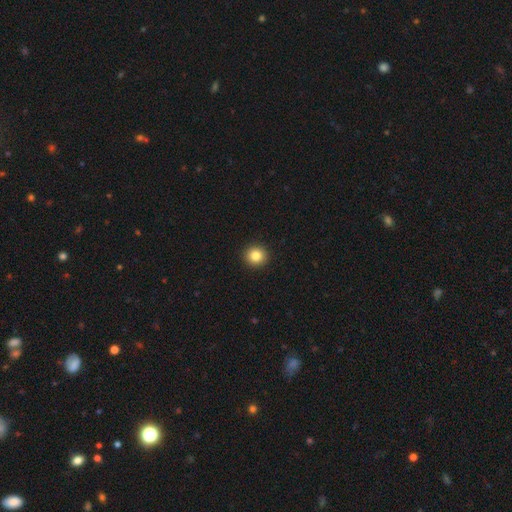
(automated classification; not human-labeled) Q: Smooth or featured?
A: smooth (84%); runner-up: star or artifact (10%)
Q: How rounded?
A: round (92%); runner-up: in between (7%)
Q: Merging?
A: none (93%); runner-up: minor disturbance (4%)